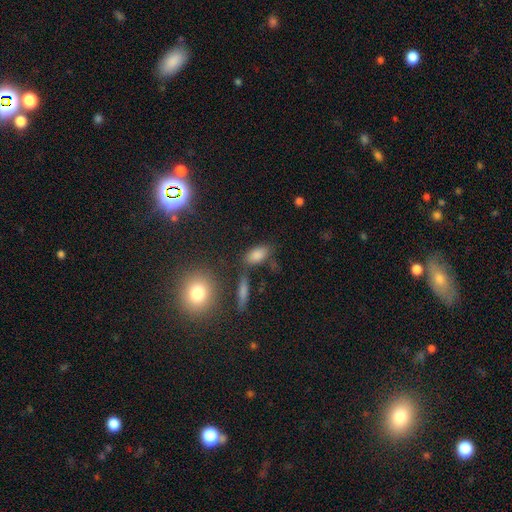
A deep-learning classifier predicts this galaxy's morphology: type=smooth (82%); roundness=in between (85%); merging=none (74%).